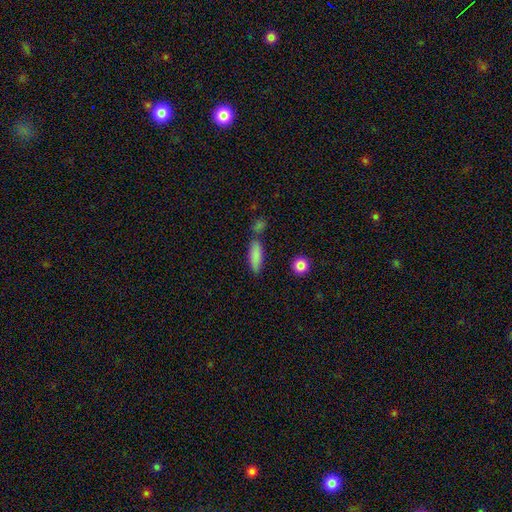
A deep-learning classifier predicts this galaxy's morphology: This is clearly a smooth galaxy (86%). How rounded: likely in between (63%). Merging: likely none (71%).